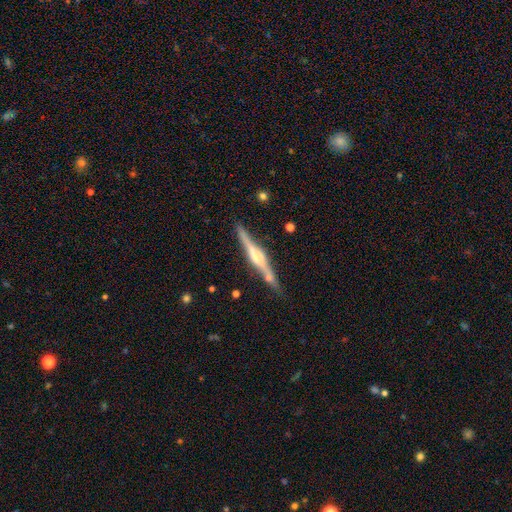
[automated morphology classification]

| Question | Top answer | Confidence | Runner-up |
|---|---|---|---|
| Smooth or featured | featured or disk | 77% | smooth (17%) |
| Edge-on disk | yes | 98% | no (2%) |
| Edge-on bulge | rounded | 62% | boxy (27%) |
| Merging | none | 83% | minor disturbance (11%) |